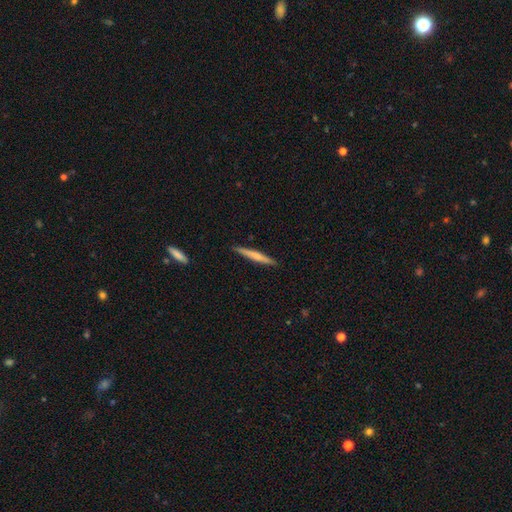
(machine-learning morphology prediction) A smooth galaxy with no disk features (57%) that is cigar-shaped (95%).

Vote fractions:
- Smooth or featured? smooth: 57% / featured or disk: 38% / star or artifact: 5%
- How rounded? cigar-shaped: 95% / in between: 3% / round: 1%
- Merging? none: 90% / minor disturbance: 7% / major disturbance: 1% / merger: 1%